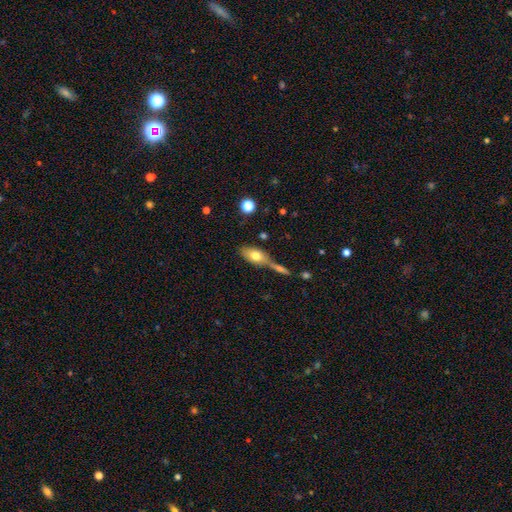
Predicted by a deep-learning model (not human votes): smooth_or_featured: smooth (p=0.70) [alt: featured or disk p=0.22]
how_rounded: in between (p=0.84) [alt: cigar-shaped p=0.11]
merging: none (p=0.48) [alt: merger p=0.32]